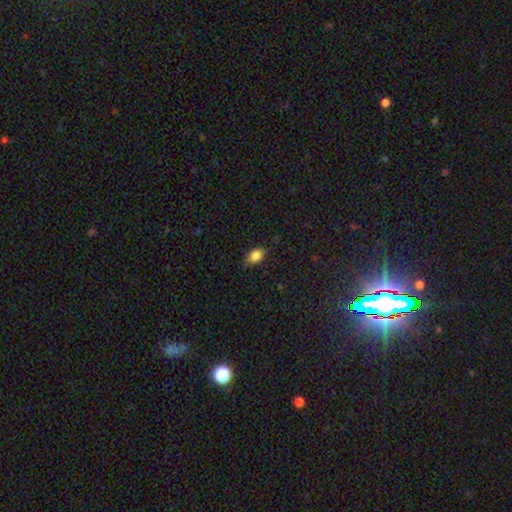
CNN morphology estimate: This appears to be a smooth galaxy with no disk features (85%) that is in between round and cigar-shaped (77%). Merging: none (68%).